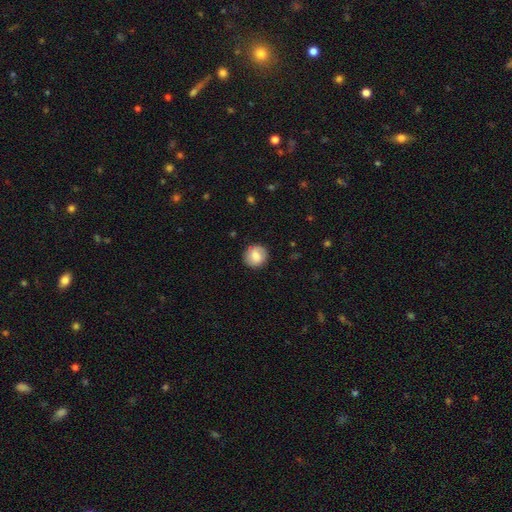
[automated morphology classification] Smooth or featured: smooth — 77% (featured or disk — 15%)
How rounded: round — 88% (in between — 11%)
Merging: none — 87% (minor disturbance — 9%)